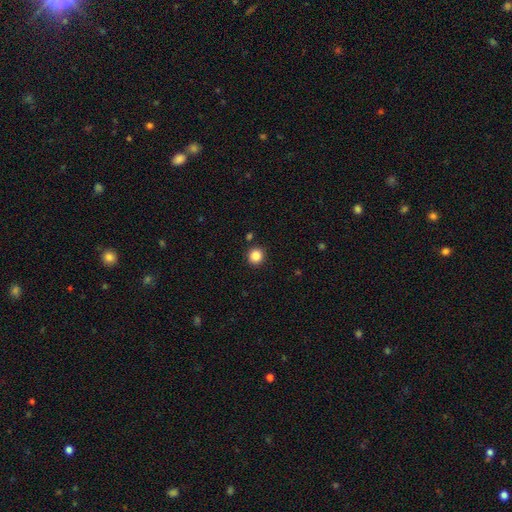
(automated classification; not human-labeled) Q: Smooth or featured?
A: smooth (86%); runner-up: star or artifact (10%)
Q: How rounded?
A: round (92%); runner-up: in between (7%)
Q: Merging?
A: none (90%); runner-up: minor disturbance (5%)